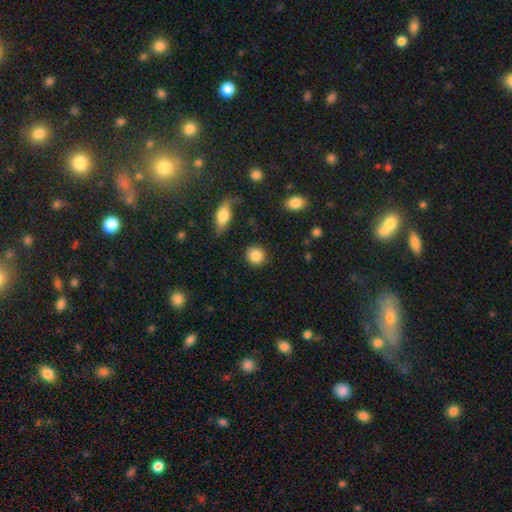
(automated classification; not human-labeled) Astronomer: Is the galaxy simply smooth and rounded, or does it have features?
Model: smooth — 87%.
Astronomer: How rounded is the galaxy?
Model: round — 88%.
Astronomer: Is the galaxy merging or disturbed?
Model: none — 88%.